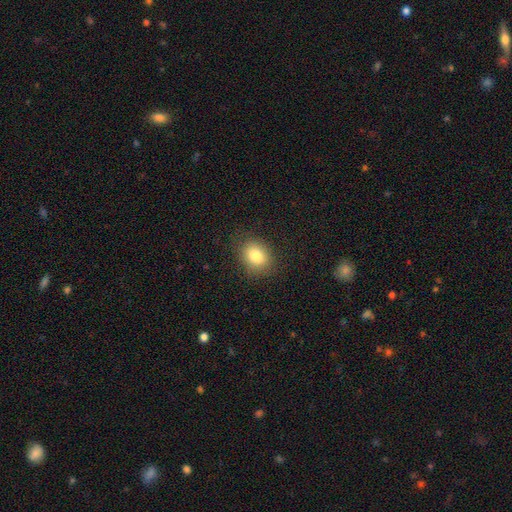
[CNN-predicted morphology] Smooth or featured: smooth — 82% (star or artifact — 10%)
How rounded: in between — 50% (round — 49%)
Merging: none — 83% (minor disturbance — 12%)